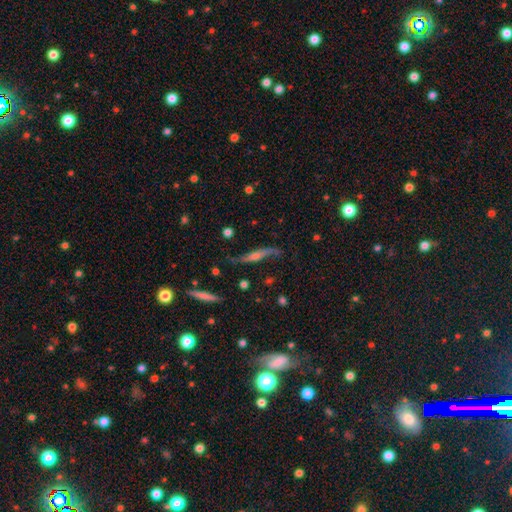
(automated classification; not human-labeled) Smooth or featured? Predicted: featured or disk (p=0.73). Edge-on disk? Predicted: yes (p=0.63). Merging? Predicted: none (p=0.64).